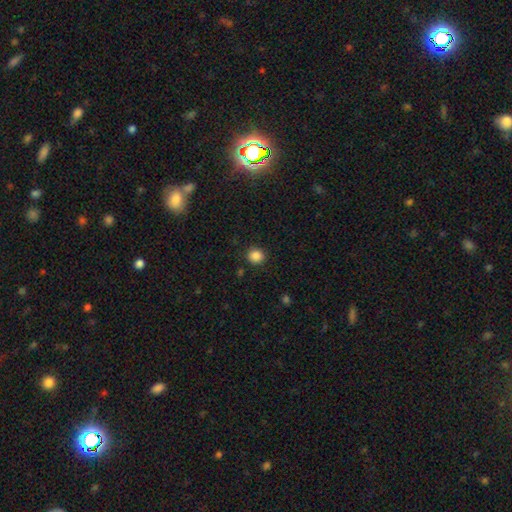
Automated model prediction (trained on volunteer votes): Smooth or featured? Predicted: smooth (p=0.87). How rounded? Predicted: round (p=0.88). Merging? Predicted: none (p=0.90).